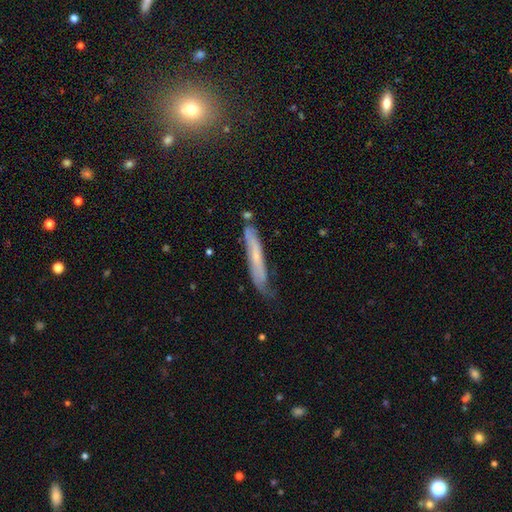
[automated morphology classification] A featured or disk galaxy (51%) viewed edge-on (69%). Merging: none (60%).